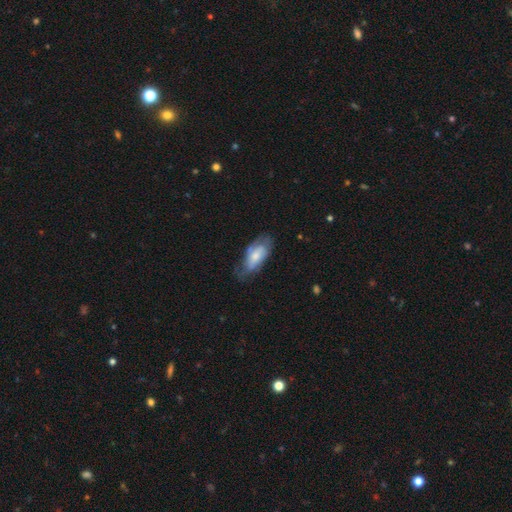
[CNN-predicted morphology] A smooth galaxy with no disk features (49%). Merging: none (54%).